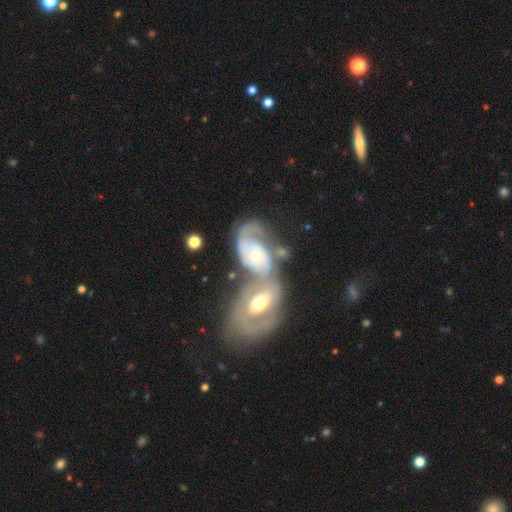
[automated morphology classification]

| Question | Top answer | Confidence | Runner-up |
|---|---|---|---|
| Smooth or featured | featured or disk | 80% | smooth (14%) |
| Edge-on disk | no | 96% | yes (4%) |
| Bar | no | 65% | weak (27%) |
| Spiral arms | yes | 90% | no (10%) |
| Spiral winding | medium | 41% | tight (40%) |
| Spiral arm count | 2 | 57% | 1 (19%) |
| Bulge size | moderate | 58% | small (35%) |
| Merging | merger | 71% | none (14%) |